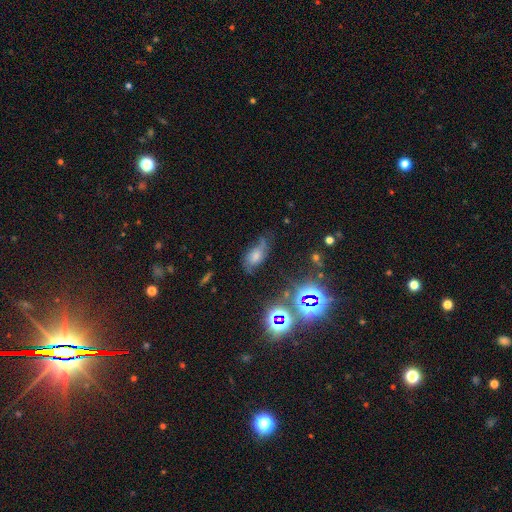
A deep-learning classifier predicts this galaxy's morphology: Smooth or featured? Predicted: smooth (p=0.41). Merging? Predicted: none (p=0.42).